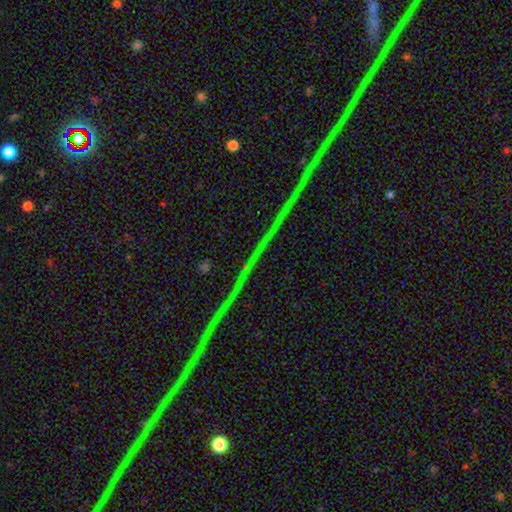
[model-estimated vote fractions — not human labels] Overall: star or artifact (86%).